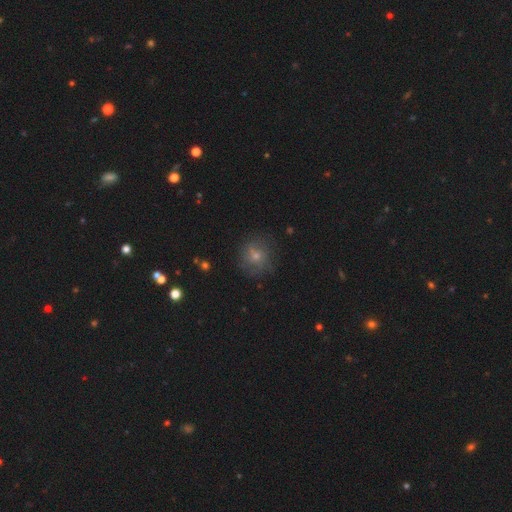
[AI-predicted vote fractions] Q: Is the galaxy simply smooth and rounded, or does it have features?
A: smooth — 46%.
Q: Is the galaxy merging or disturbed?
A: none — 79%.